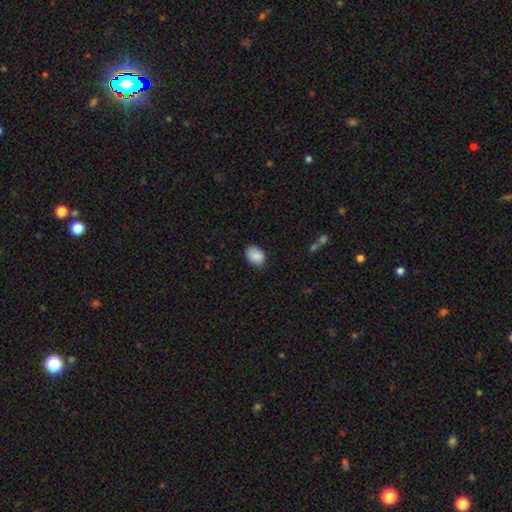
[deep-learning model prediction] A smooth galaxy with no disk features (88%) that is in between round and cigar-shaped (75%). Merging: none (80%).